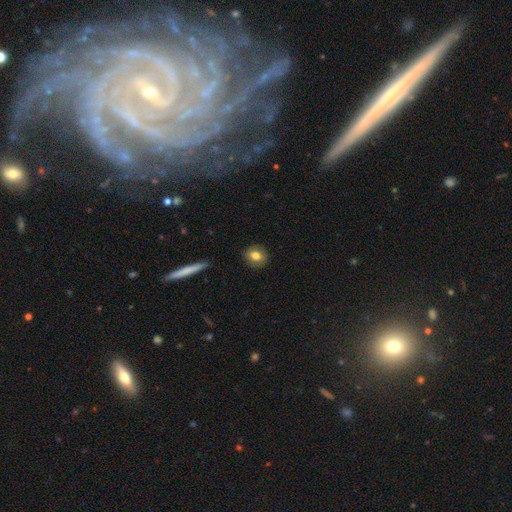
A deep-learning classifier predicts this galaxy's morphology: smooth_or_featured: smooth (p=0.73) [alt: featured or disk p=0.19]
how_rounded: round (p=0.76) [alt: in between p=0.22]
merging: none (p=0.88) [alt: minor disturbance p=0.09]